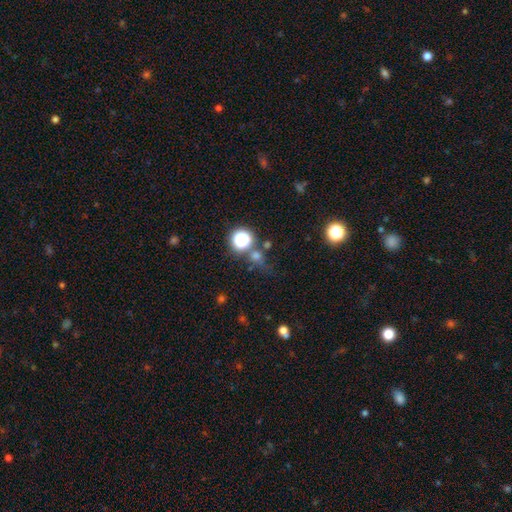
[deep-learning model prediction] Morphology: type=smooth (52%); roundness=round (86%); merging=none (64%).